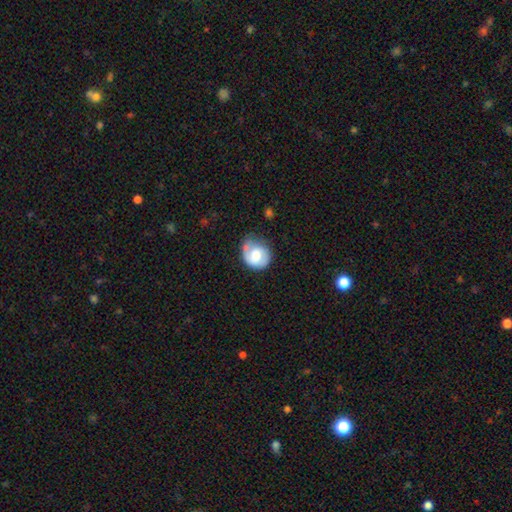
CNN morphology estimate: A smooth galaxy with no disk features (60%) that is round (69%).

Vote fractions:
- Smooth or featured? smooth: 60% / featured or disk: 34% / star or artifact: 7%
- How rounded? round: 69% / in between: 30% / cigar-shaped: 1%
- Merging? none: 47% / minor disturbance: 35% / major disturbance: 13% / merger: 5%